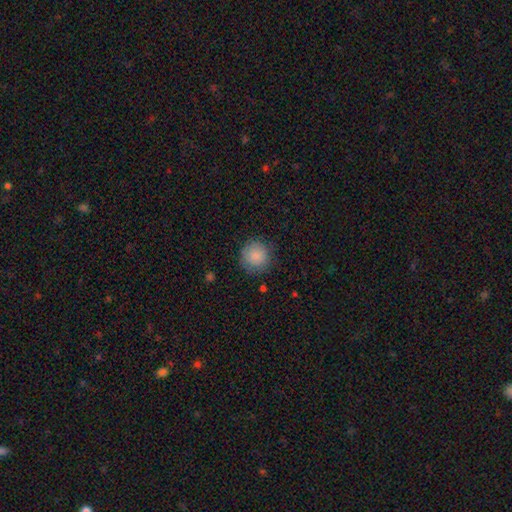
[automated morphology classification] Overall: smooth (85%). How rounded: round (94%). Merging: none (82%).